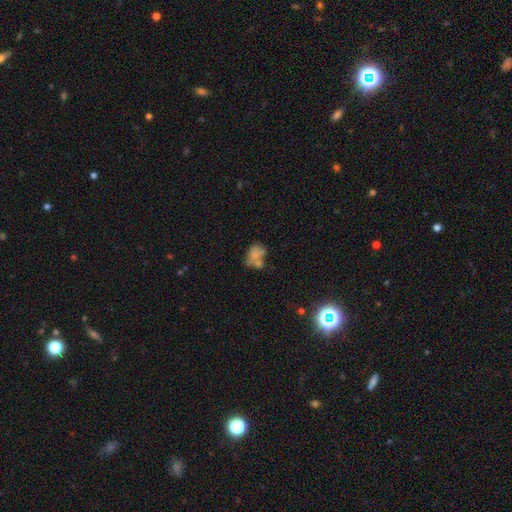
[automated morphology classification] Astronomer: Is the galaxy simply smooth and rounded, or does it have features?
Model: smooth — 61%.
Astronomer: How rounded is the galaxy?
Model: in between — 69%.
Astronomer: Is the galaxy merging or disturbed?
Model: merger — 39% (runner-up: none, 28%).